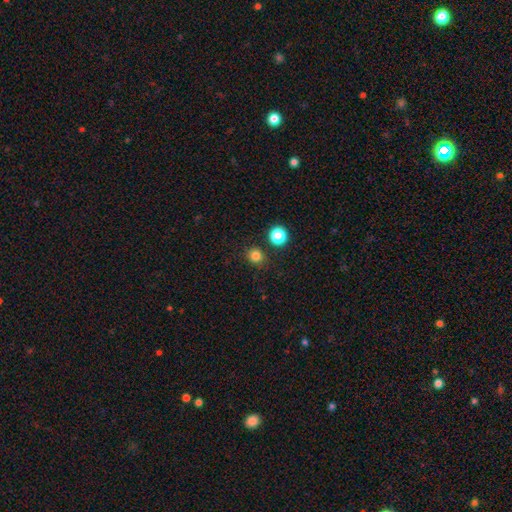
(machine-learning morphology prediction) This appears to be a smooth galaxy with no disk features (81%) that is round (88%). Merging: none (86%).